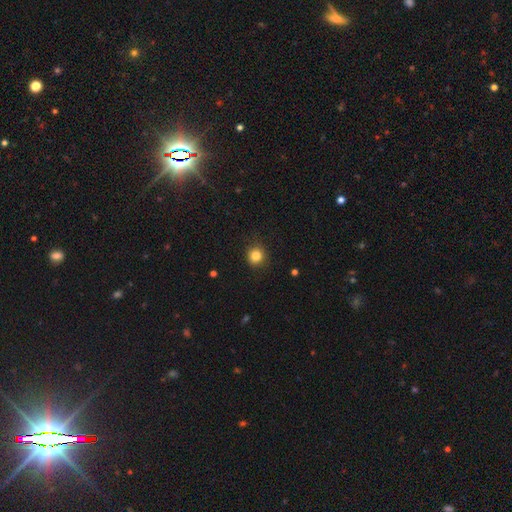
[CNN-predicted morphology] Smooth or featured? smooth (83%)
How rounded? round (89%)
Merging? none (87%)